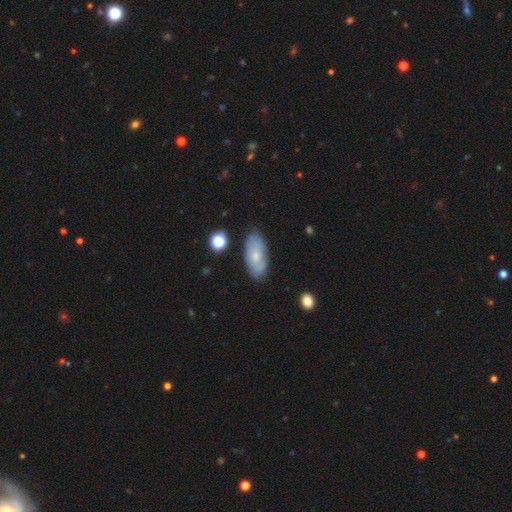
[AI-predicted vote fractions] The model was most divided on "smooth or featured": smooth: 53%, featured or disk: 40%, star or artifact: 7%. More confident: how rounded — in between (90%); merging — none (76%).